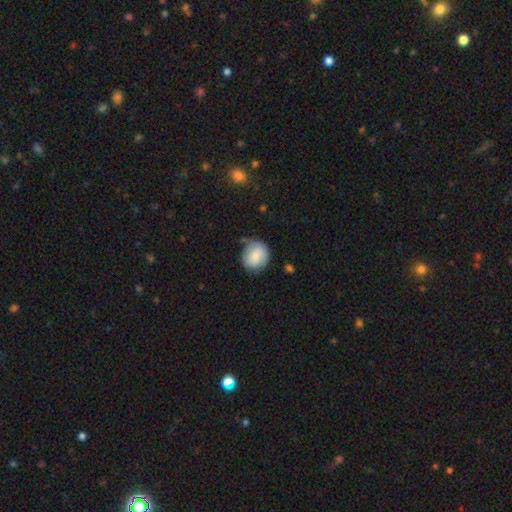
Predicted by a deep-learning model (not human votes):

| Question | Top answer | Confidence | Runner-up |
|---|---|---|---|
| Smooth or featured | smooth | 79% | featured or disk (13%) |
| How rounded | round | 79% | in between (20%) |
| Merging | none | 67% | minor disturbance (24%) |